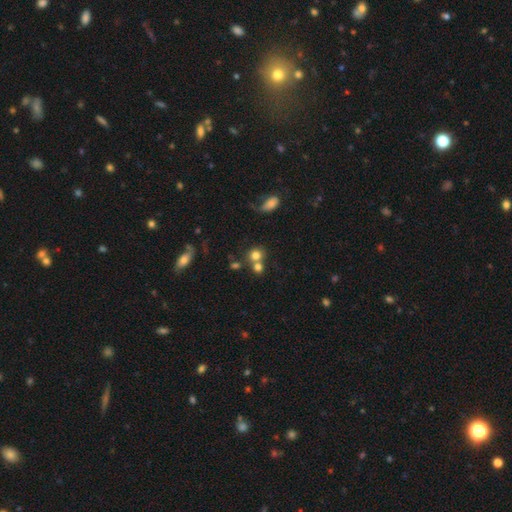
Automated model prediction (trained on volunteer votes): smooth_or_featured: smooth (p=0.74) [alt: star or artifact p=0.14]
how_rounded: round (p=0.84) [alt: in between p=0.15]
merging: none (p=0.47) [alt: merger p=0.41]